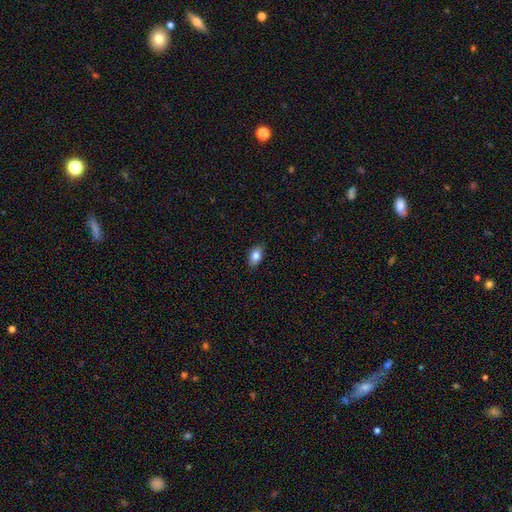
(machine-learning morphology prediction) smooth 83%, featured or disk 9%, star or artifact 8%. Down the decision tree: how rounded — in between (88%); merging — none (86%).